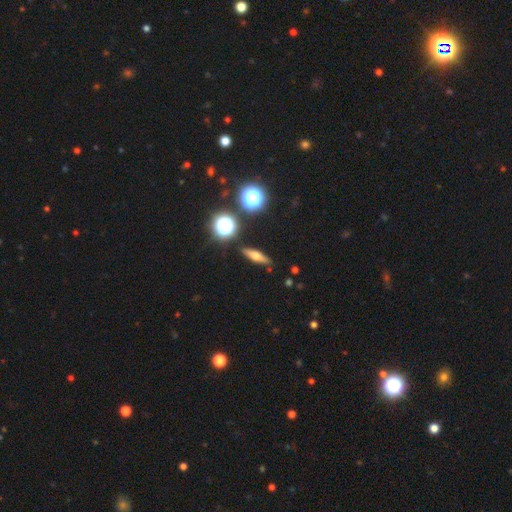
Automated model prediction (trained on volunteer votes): A smooth galaxy with no disk features (45%). Merging: none (88%).